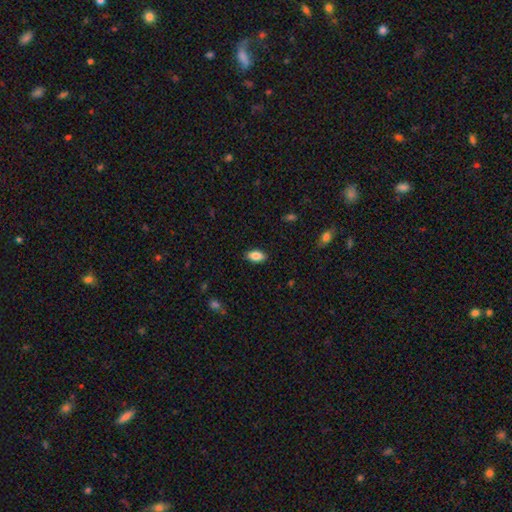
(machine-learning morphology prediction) smooth 87%, star or artifact 8%, featured or disk 6%. Down the decision tree: how rounded — in between (92%); merging — none (87%).